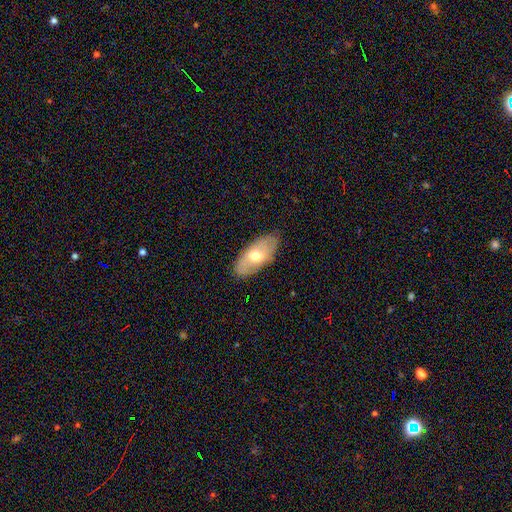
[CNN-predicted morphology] A smooth galaxy with no disk features (54%) that is in between round and cigar-shaped (90%).

Vote fractions:
- Smooth or featured? smooth: 54% / featured or disk: 39% / star or artifact: 7%
- How rounded? in between: 90% / cigar-shaped: 6% / round: 4%
- Merging? none: 80% / minor disturbance: 16% / major disturbance: 3% / merger: 1%